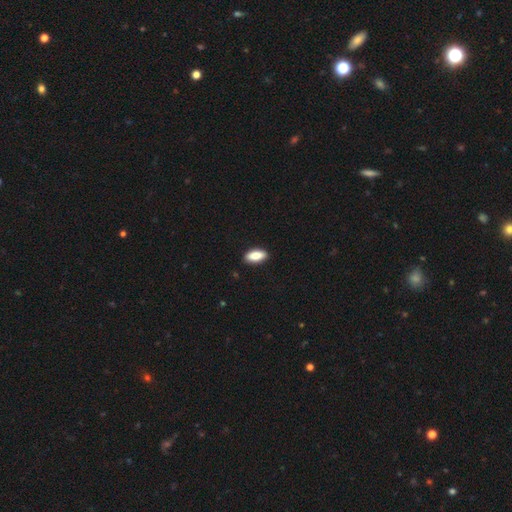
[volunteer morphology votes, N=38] A smooth galaxy with no disk features (89%) that is in between round and cigar-shaped (91%).

Vote fractions:
- Smooth or featured? smooth: 89% / featured or disk: 5% / star or artifact: 5%
- How rounded? in between: 91% / cigar-shaped: 6% / round: 3%
- Merging? none: 86% / minor disturbance: 11% / merger: 3% / major disturbance: 0%